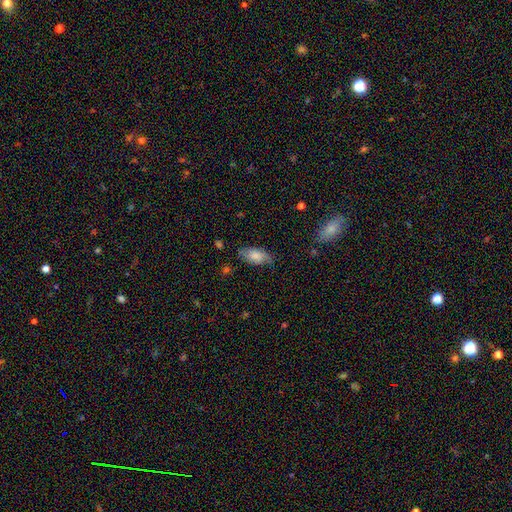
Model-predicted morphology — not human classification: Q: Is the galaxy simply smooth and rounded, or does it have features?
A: smooth — 70%.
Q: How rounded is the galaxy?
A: in between — 90%.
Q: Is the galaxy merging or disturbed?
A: none — 71%.